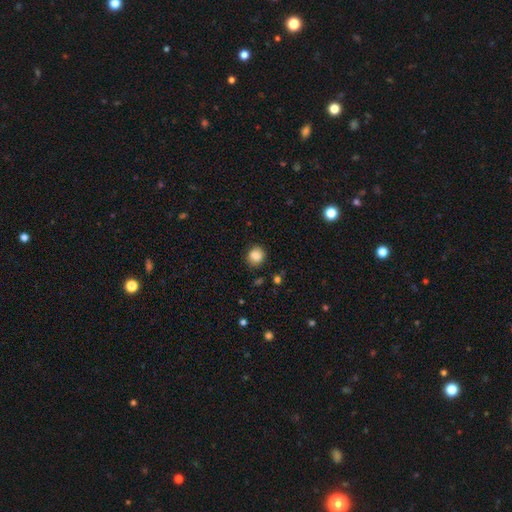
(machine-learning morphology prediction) This is clearly a smooth galaxy (86%). How rounded: clearly round (82%). Merging: clearly none (81%).